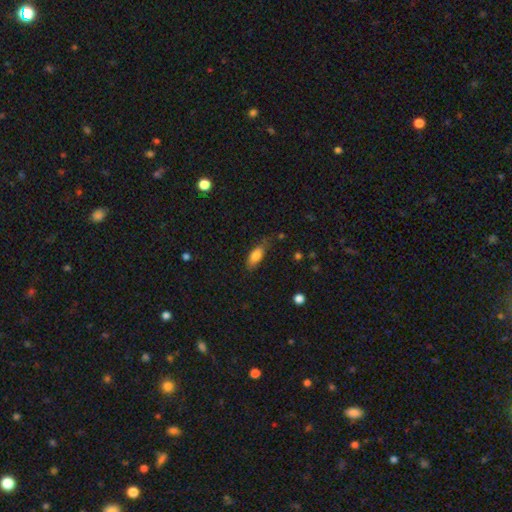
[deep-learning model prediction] smooth 80%, featured or disk 13%, star or artifact 8%. Down the decision tree: how rounded — in between (78%); merging — none (64%).